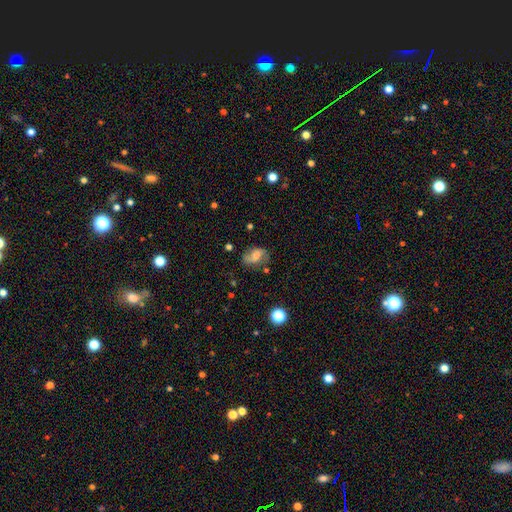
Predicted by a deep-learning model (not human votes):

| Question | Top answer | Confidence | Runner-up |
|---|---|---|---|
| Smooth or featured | smooth | 51% | featured or disk (38%) |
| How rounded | in between | 79% | round (19%) |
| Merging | none | 59% | minor disturbance (26%) |